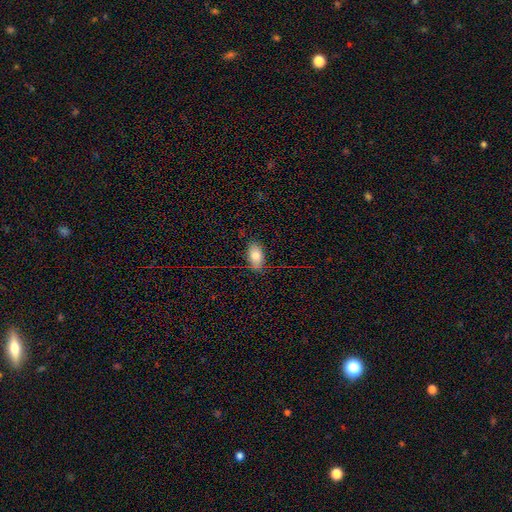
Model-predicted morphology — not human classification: A smooth galaxy with no disk features (84%) that is in between round and cigar-shaped (92%). Merging: none (83%).